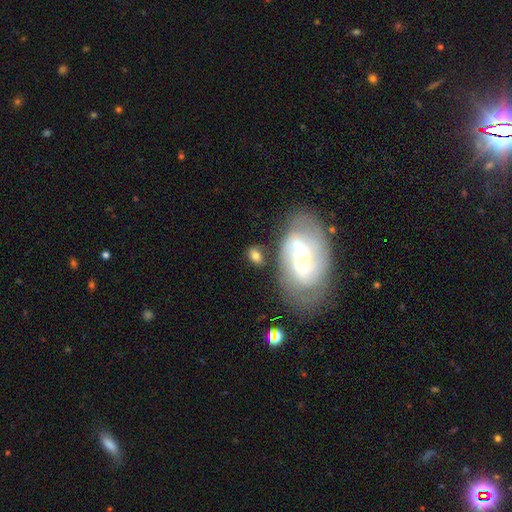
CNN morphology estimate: This appears to be a smooth galaxy with no disk features (67%) that is in between round and cigar-shaped (81%). Merging: none (59%).